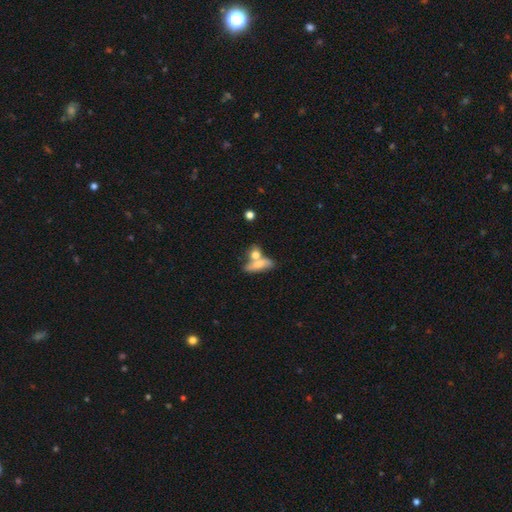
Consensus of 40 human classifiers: Smooth or featured? 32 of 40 (80%) said smooth. How rounded? 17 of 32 (53%) said in between. Merging? 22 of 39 (56%) said merger.